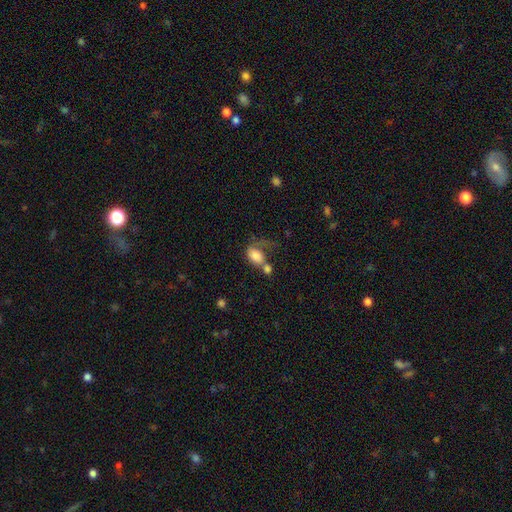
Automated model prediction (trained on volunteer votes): Smooth or featured?
  - smooth: 74% *
  - featured or disk: 17%
  - star or artifact: 9%
How rounded?
  - in between: 83% *
  - round: 15%
  - cigar-shaped: 2%
Merging?
  - merger: 42% *
  - major disturbance: 26%
  - none: 19%
  - minor disturbance: 13%